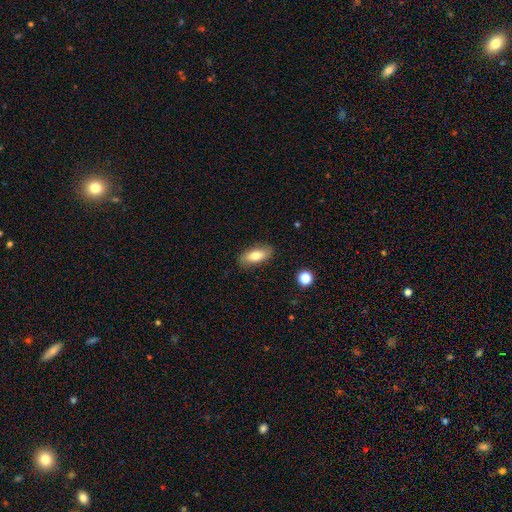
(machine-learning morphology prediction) Smooth or featured: smooth — 77% (featured or disk — 16%)
How rounded: in between — 81% (cigar-shaped — 16%)
Merging: none — 86% (minor disturbance — 10%)